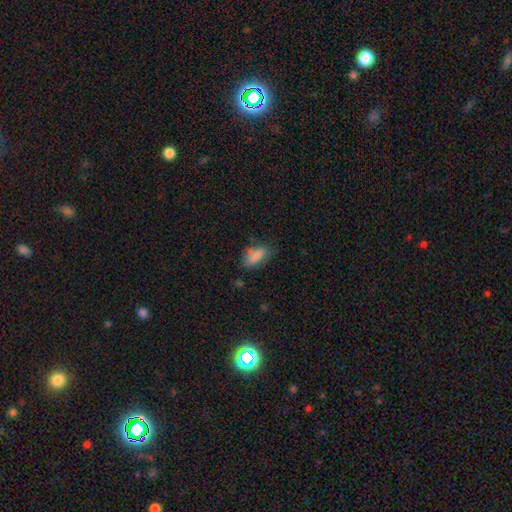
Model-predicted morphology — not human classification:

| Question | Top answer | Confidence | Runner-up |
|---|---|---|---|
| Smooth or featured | smooth | 80% | featured or disk (12%) |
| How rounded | in between | 84% | cigar-shaped (12%) |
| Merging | none | 60% | minor disturbance (27%) |